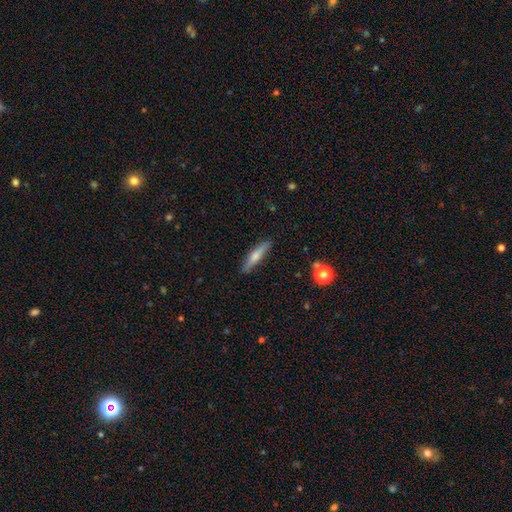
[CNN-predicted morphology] Smooth or featured: smooth — 58% (featured or disk — 36%)
How rounded: cigar-shaped — 86% (in between — 13%)
Merging: none — 87% (minor disturbance — 9%)